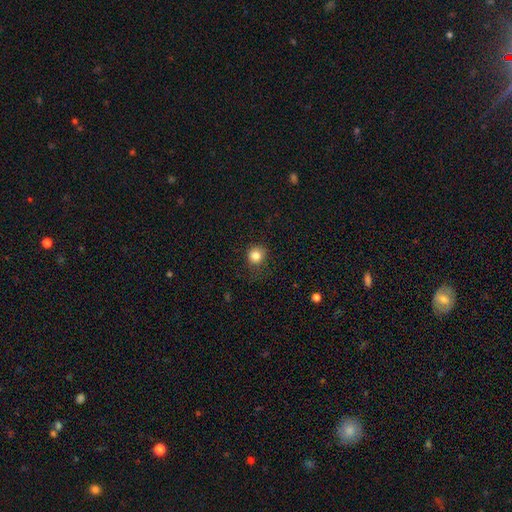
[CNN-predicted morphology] smooth_or_featured: smooth (p=0.83) [alt: star or artifact p=0.12]
how_rounded: round (p=0.88) [alt: in between p=0.11]
merging: none (p=0.78) [alt: minor disturbance p=0.16]